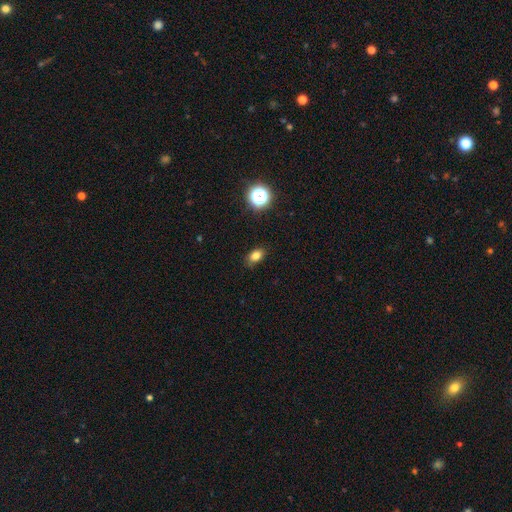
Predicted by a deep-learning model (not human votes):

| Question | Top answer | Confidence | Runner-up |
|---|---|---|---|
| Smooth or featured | smooth | 80% | star or artifact (13%) |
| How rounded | in between | 82% | round (16%) |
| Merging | none | 84% | minor disturbance (13%) |